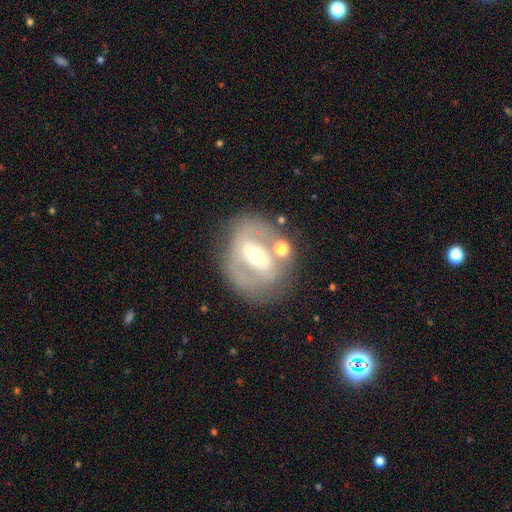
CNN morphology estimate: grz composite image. It shows a featured or disk galaxy (73%) with a strong bar (48%), spiral arms (51%) and a moderate central bulge (60%). Merging: none (65%).